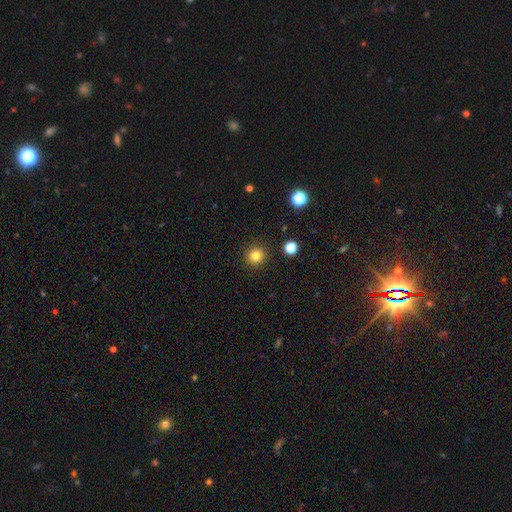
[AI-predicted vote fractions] Q: Smooth or featured?
A: smooth (82%); runner-up: star or artifact (13%)
Q: How rounded?
A: round (94%); runner-up: in between (5%)
Q: Merging?
A: none (91%); runner-up: minor disturbance (5%)